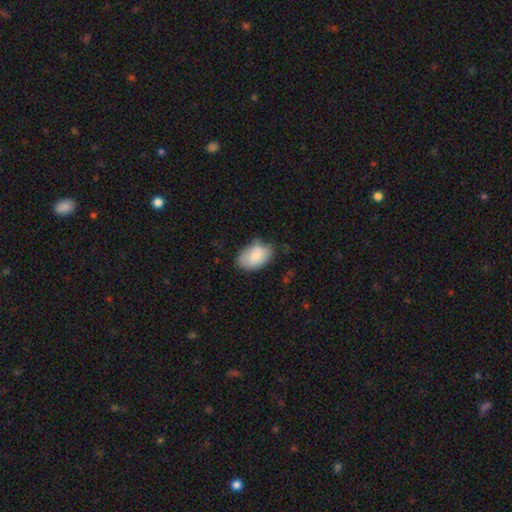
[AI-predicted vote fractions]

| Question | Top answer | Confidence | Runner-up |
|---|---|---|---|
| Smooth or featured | smooth | 83% | featured or disk (10%) |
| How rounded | in between | 91% | round (8%) |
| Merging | none | 69% | minor disturbance (25%) |